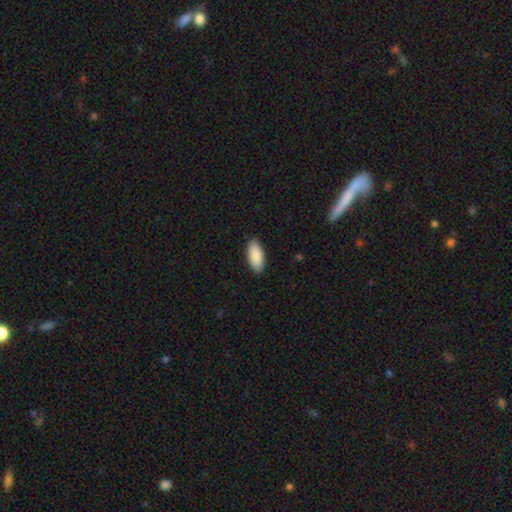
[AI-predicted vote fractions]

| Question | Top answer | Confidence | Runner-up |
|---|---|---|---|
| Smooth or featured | smooth | 89% | star or artifact (5%) |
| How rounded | in between | 90% | cigar-shaped (8%) |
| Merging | none | 89% | minor disturbance (8%) |